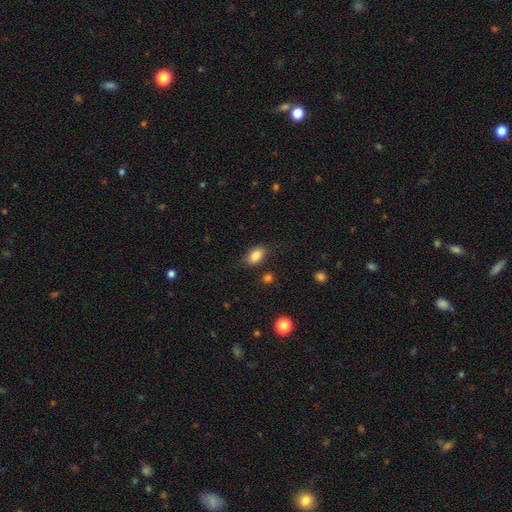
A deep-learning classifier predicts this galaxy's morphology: type=smooth (84%); roundness=in between (87%); merging=none (78%).